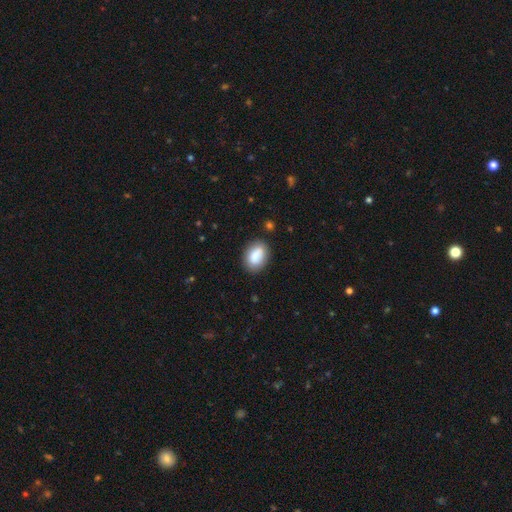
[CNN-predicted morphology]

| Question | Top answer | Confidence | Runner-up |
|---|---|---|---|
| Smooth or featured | smooth | 83% | featured or disk (10%) |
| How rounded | in between | 81% | round (17%) |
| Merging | none | 78% | minor disturbance (15%) |